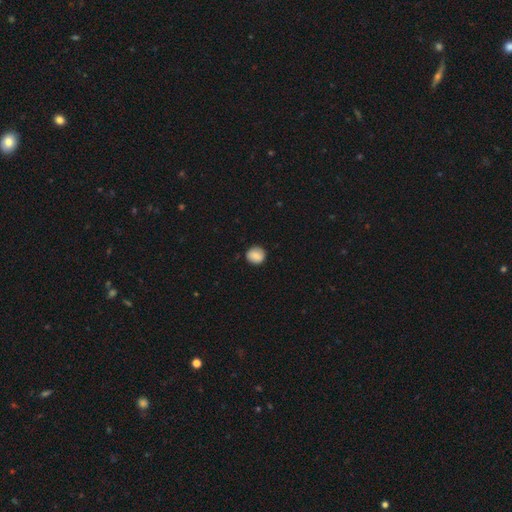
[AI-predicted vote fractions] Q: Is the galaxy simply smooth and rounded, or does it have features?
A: smooth — 84%.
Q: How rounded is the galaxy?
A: round — 87%.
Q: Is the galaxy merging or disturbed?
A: none — 86%.